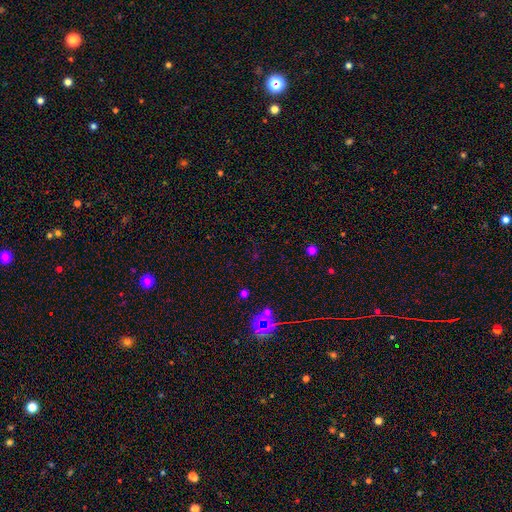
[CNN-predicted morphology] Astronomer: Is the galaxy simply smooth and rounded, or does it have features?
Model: star or artifact — 64%.